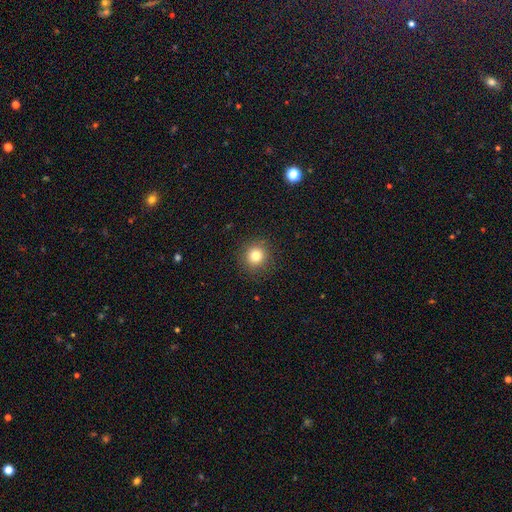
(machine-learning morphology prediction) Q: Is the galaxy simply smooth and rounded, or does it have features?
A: smooth — 80%.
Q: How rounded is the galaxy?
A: round — 93%.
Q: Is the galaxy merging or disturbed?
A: none — 90%.